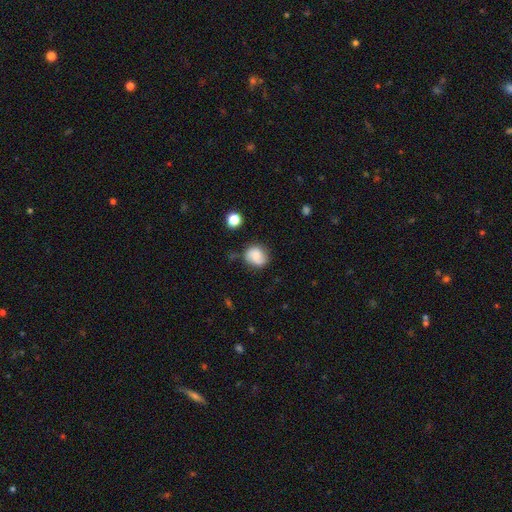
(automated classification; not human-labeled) This appears to be a smooth galaxy with no disk features (64%) that is round (70%). Merging: none (66%).